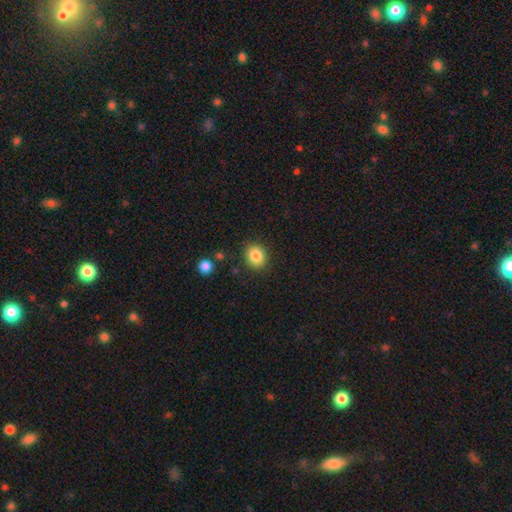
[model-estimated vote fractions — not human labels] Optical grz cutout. It shows a smooth galaxy with no disk features (85%) that is round (69%). Merging: none (87%).